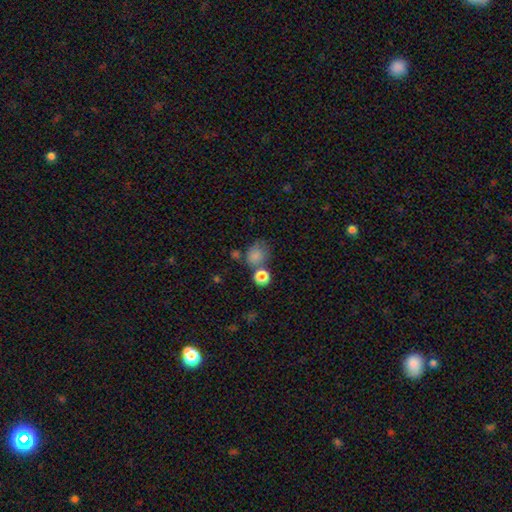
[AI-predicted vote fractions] Q: Smooth or featured?
A: smooth (81%); runner-up: star or artifact (12%)
Q: How rounded?
A: round (67%); runner-up: in between (32%)
Q: Merging?
A: none (51%); runner-up: merger (23%)